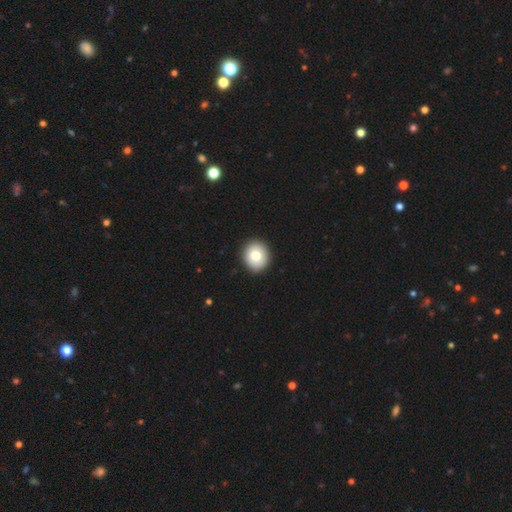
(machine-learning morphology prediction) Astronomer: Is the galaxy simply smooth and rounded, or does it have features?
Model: smooth — 77%.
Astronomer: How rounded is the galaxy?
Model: round — 84%.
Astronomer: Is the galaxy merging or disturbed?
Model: none — 92%.